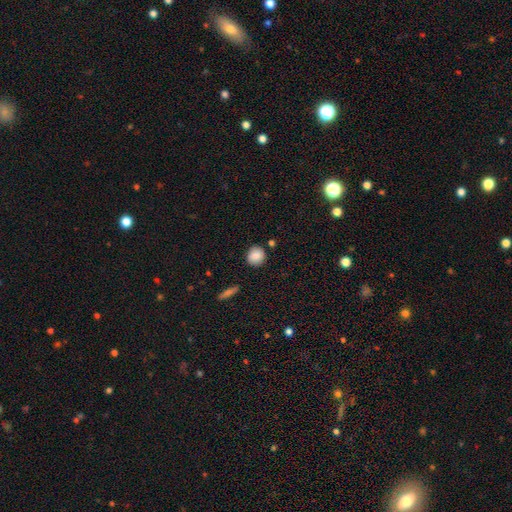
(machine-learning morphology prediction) This is clearly a smooth galaxy (87%). How rounded: clearly round (86%). Merging: clearly none (85%).